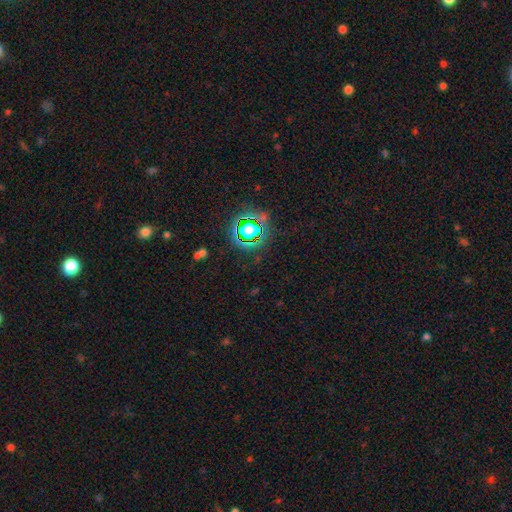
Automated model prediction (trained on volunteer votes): Smooth or featured? star or artifact (77%)